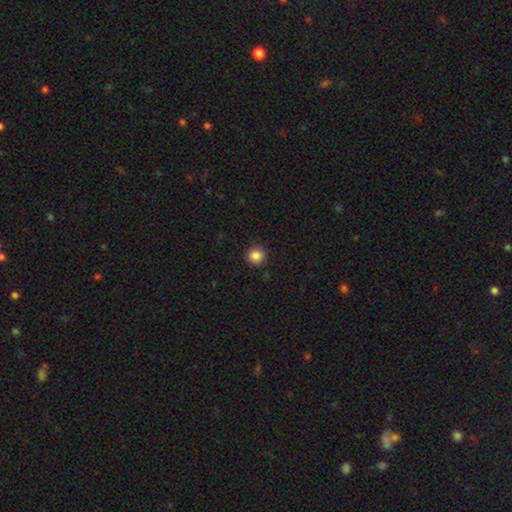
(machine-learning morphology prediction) Smooth or featured?
  - smooth: 86% *
  - star or artifact: 11%
  - featured or disk: 4%
How rounded?
  - round: 95% *
  - in between: 4%
  - cigar-shaped: 1%
Merging?
  - none: 92% *
  - minor disturbance: 6%
  - major disturbance: 2%
  - merger: 1%